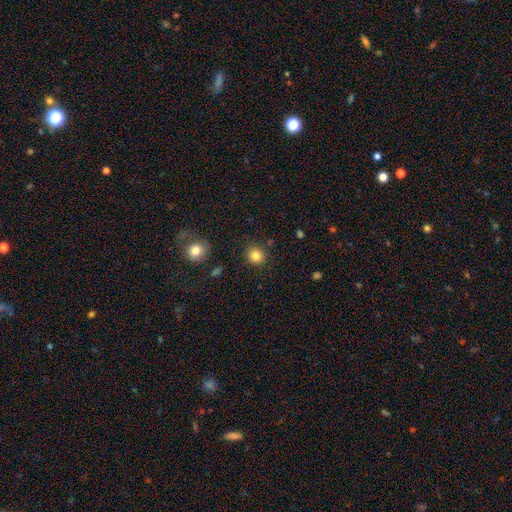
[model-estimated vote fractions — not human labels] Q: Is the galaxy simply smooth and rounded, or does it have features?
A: smooth — 84%.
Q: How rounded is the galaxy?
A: round — 89%.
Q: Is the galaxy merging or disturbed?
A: none — 89%.